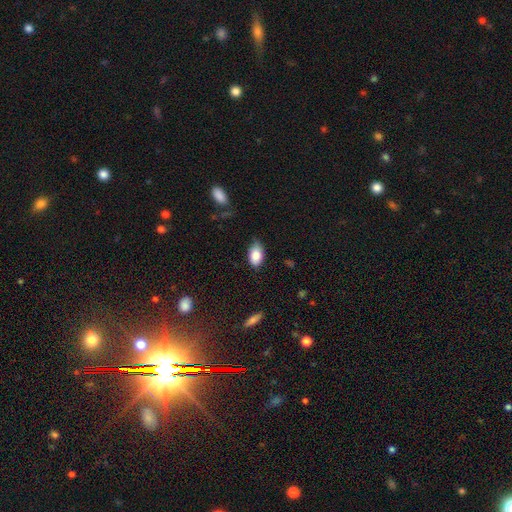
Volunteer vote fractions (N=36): Overall: smooth (97%). How rounded: in between (97%). Merging: none (74%).